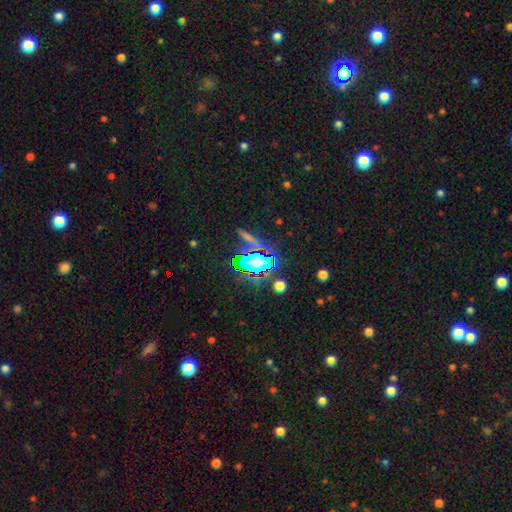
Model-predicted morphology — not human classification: Q: Smooth or featured?
A: star or artifact (82%); runner-up: smooth (10%)